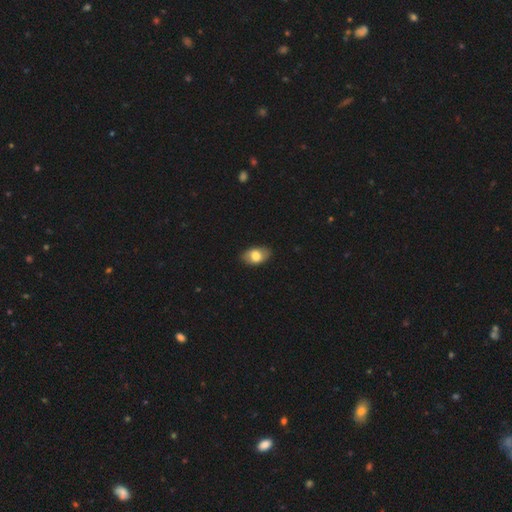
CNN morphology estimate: smooth-or-featured: smooth: 75% | featured or disk: 18% | star or artifact: 7%
  how-rounded: in between: 90% | round: 8% | cigar-shaped: 2%
  merging: none: 84% | minor disturbance: 12% | major disturbance: 2% | merger: 1%